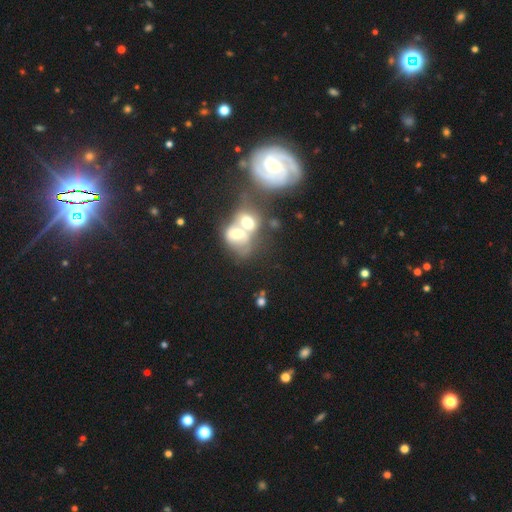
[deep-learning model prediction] Overall: featured or disk (44%; smooth 31%). Merging: none (45%; merger 38%).